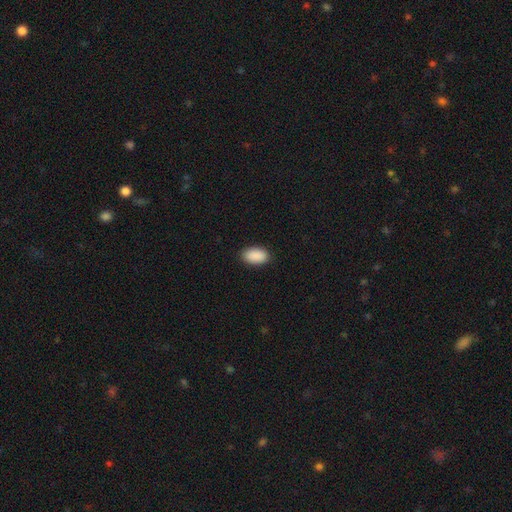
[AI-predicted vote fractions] A smooth galaxy with no disk features (91%) that is in between round and cigar-shaped (94%). Merging: none (89%).